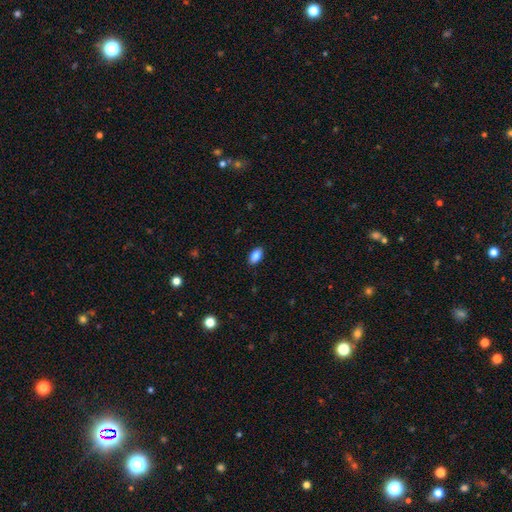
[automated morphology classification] This appears to be a smooth galaxy with no disk features (84%) that is in between round and cigar-shaped (91%). Merging: none (89%).